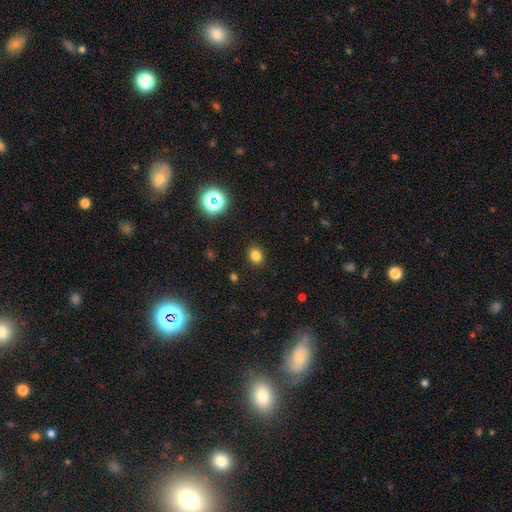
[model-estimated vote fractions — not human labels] smooth-or-featured: smooth: 80% | star or artifact: 15% | featured or disk: 5%
  how-rounded: round: 62% | in between: 37% | cigar-shaped: 1%
  merging: none: 89% | minor disturbance: 7% | major disturbance: 2% | merger: 1%